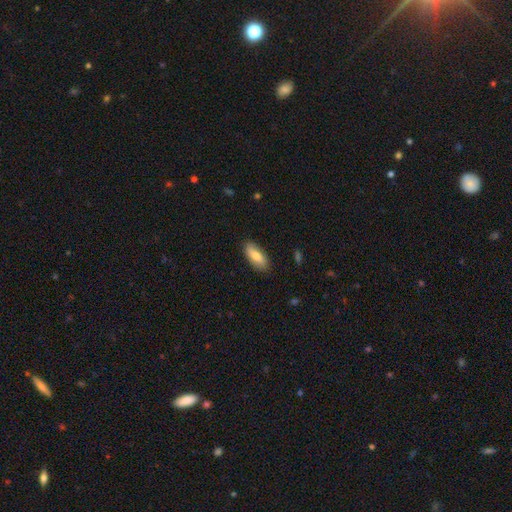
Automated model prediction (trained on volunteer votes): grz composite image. It shows a smooth galaxy with no disk features (74%) that is in between round and cigar-shaped (75%). Merging: none (86%).